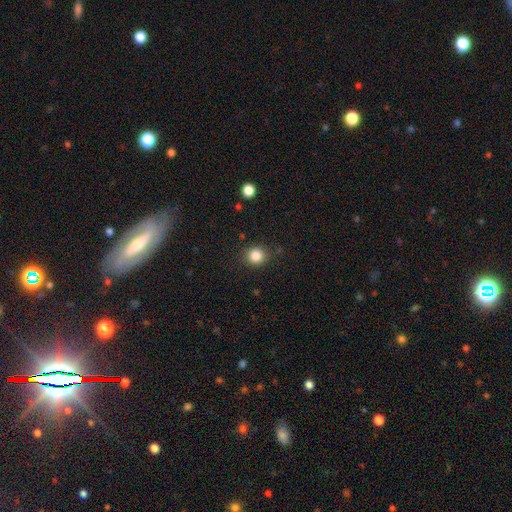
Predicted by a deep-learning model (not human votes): smooth 85%, star or artifact 11%, featured or disk 4%. Down the decision tree: how rounded — round (86%); merging — none (86%).